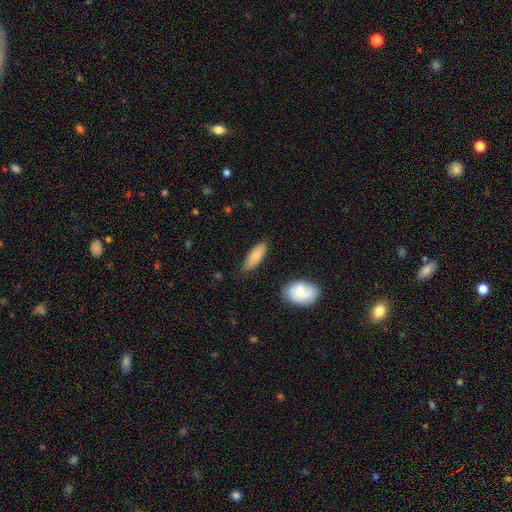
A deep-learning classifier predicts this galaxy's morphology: Smooth or featured: smooth — 76% (featured or disk — 18%)
How rounded: in between — 67% (cigar-shaped — 31%)
Merging: none — 79% (minor disturbance — 15%)